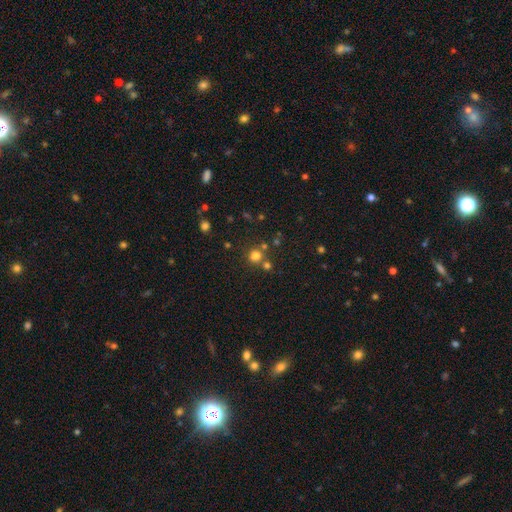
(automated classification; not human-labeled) The model was most divided on "merging": none: 66%, merger: 22%, minor disturbance: 9%, major disturbance: 4%. More confident: how rounded — round (86%); smooth or featured — smooth (74%).